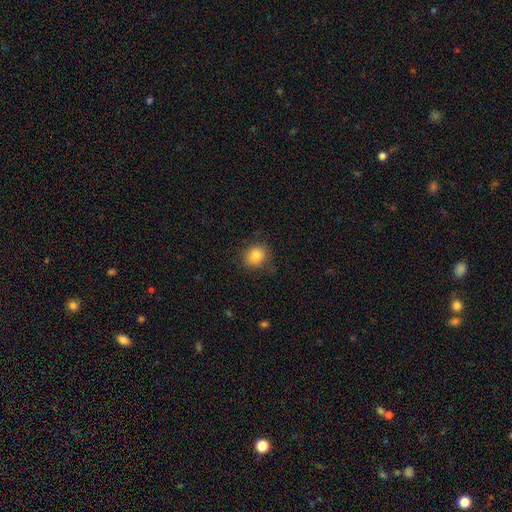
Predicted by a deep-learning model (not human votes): smooth 83%, star or artifact 10%, featured or disk 7%. Down the decision tree: how rounded — round (74%); merging — none (82%).